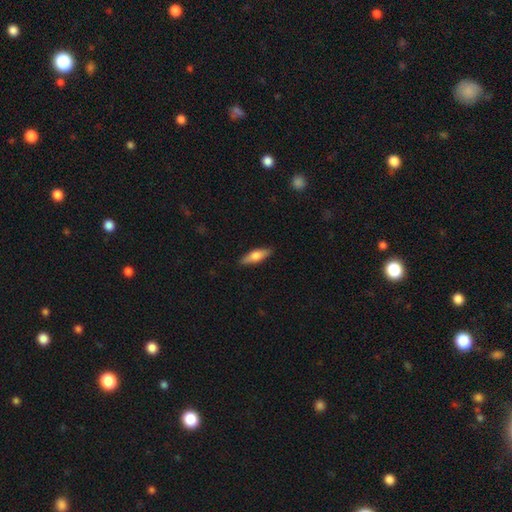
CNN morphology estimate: The model was most divided on "how rounded": in between: 51%, cigar-shaped: 46%, round: 2%. More confident: merging — none (88%); smooth or featured — smooth (65%).